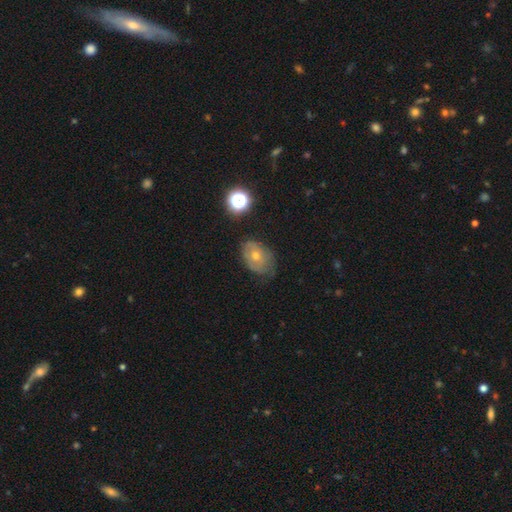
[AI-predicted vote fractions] Q: Smooth or featured?
A: smooth (42%); tied with: featured or disk (42%)
Q: Merging?
A: none (65%); runner-up: minor disturbance (26%)